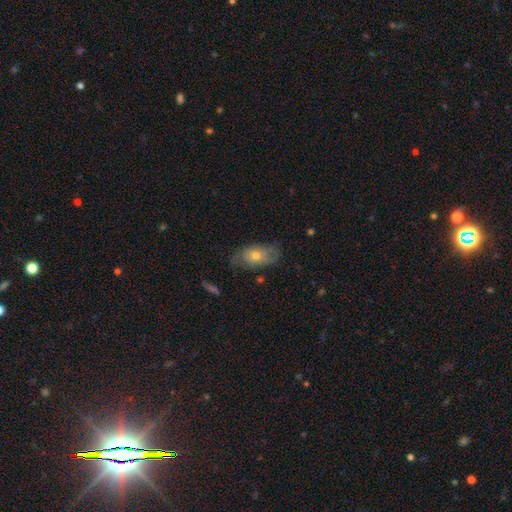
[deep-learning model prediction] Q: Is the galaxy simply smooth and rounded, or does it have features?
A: featured or disk — 48%.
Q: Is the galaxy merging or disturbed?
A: none — 67%.